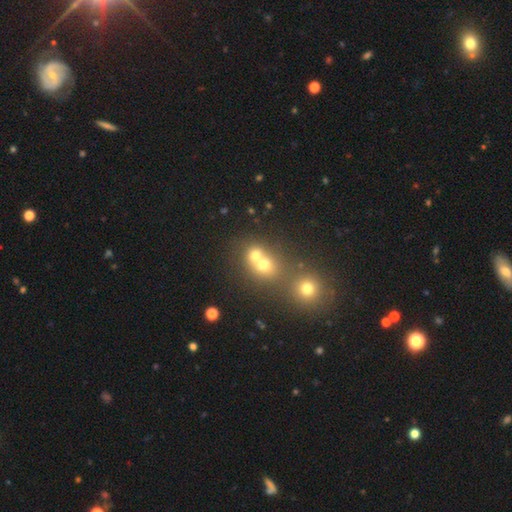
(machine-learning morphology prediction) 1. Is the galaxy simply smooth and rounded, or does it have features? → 68% smooth, 17% star or artifact, 15% featured or disk.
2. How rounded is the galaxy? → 75% round, 24% in between, 1% cigar-shaped.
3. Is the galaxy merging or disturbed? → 59% merger, 33% none, 6% minor disturbance, 3% major disturbance.